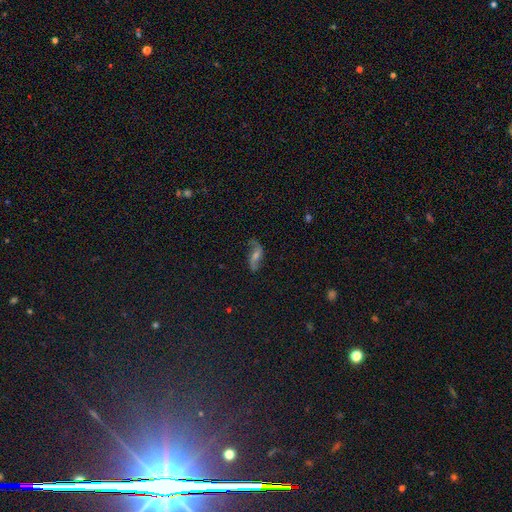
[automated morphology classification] featured or disk 73%, smooth 14%, star or artifact 13%. Down the decision tree: edge-on disk — no (93%); bar — weak (40%); spiral arms — yes (93%); spiral arm count — 2 (91%); spiral winding — loose (69%); bulge size — moderate (43%); merging — none (74%).